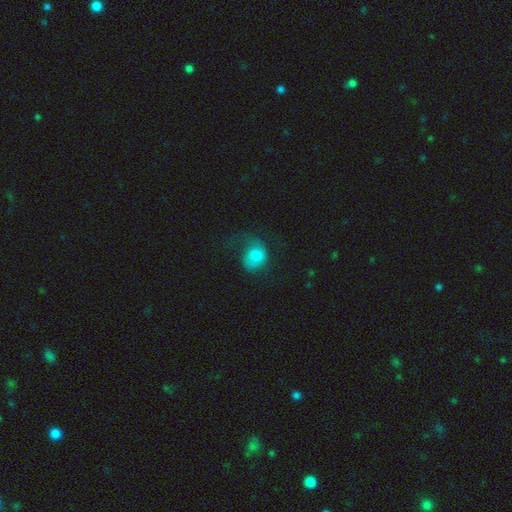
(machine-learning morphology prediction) smooth 67%, featured or disk 24%, star or artifact 9%. Down the decision tree: how rounded — in between (53%); merging — major disturbance (44%).